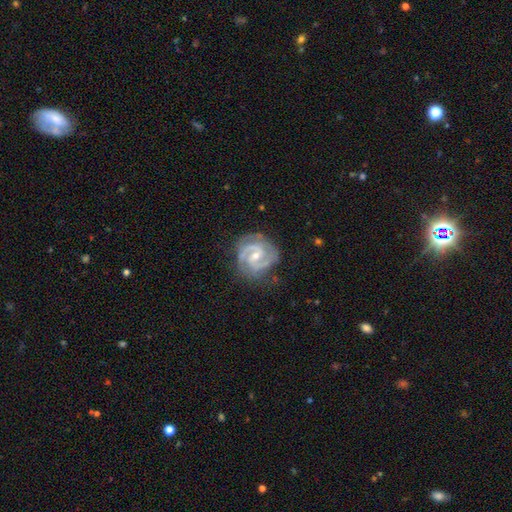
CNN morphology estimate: The model was most divided on "spiral winding": medium: 49%, tight: 44%, loose: 7%. More confident: spiral arms — yes (98%); edge-on disk — no (98%); smooth or featured — featured or disk (92%); spiral arm count — 2 (82%); merging — none (76%); bulge size — small (55%); bar — weak (50%).